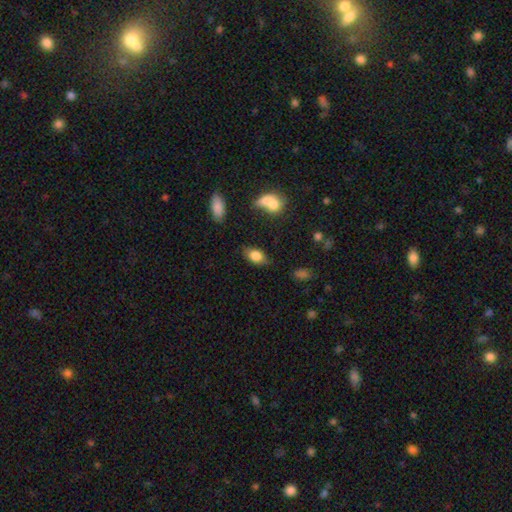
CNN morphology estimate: This appears to be a smooth galaxy with no disk features (81%) that is in between round and cigar-shaped (88%). Merging: none (78%).